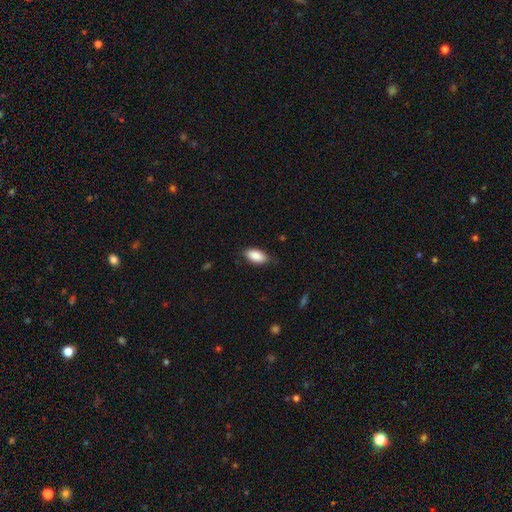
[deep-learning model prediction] This is clearly a smooth galaxy (88%). How rounded: clearly in between (91%). Merging: likely none (79%).